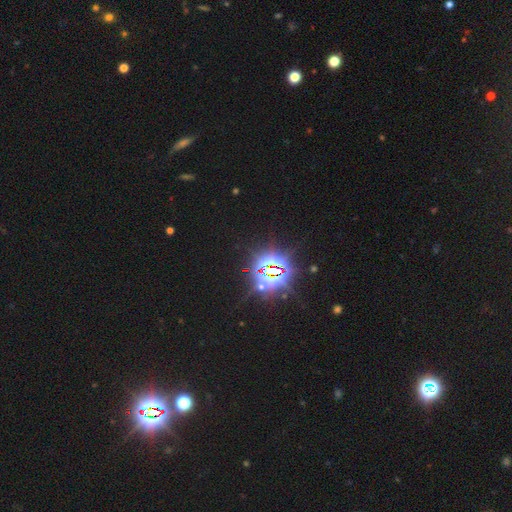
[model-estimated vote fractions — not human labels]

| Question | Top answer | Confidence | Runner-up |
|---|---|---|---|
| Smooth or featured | star or artifact | 83% | smooth (10%) |